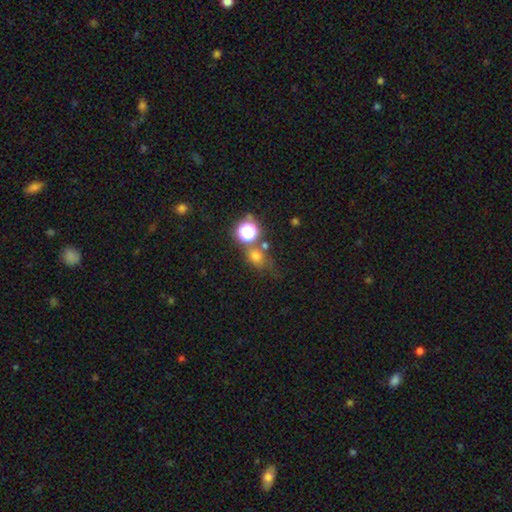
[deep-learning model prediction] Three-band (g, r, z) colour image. It shows a smooth galaxy with no disk features (67%) that is round (61%). Merging: none (54%).